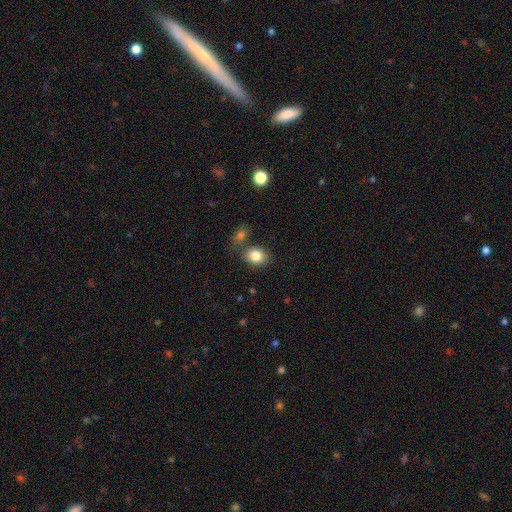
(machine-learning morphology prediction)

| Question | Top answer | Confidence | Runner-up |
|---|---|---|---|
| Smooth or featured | smooth | 84% | star or artifact (9%) |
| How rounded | round | 54% | in between (45%) |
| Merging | none | 64% | merger (18%) |